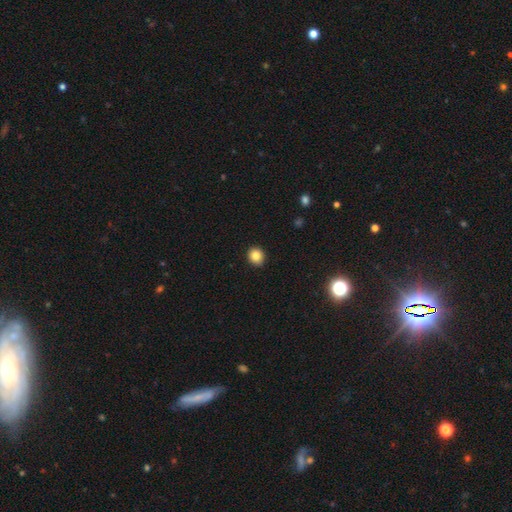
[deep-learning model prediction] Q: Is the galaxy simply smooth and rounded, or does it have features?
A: smooth — 84%.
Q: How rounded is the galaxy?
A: round — 80%.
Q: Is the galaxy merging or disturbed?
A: none — 90%.